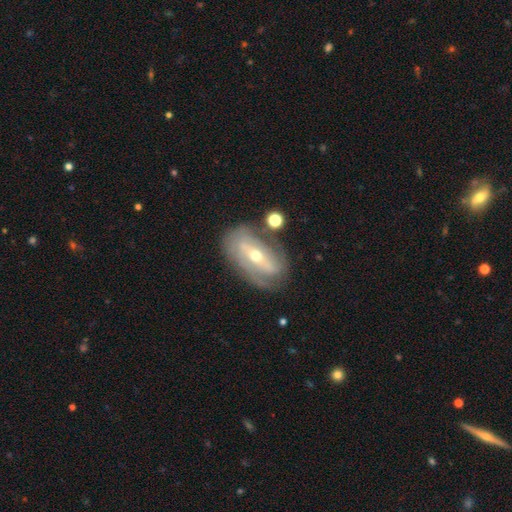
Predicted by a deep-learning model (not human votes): featured or disk 77%, smooth 16%, star or artifact 7%. Down the decision tree: edge-on disk — no (90%); bar — strong (44%); spiral arms — yes (76%); spiral arm count — 2 (55%); spiral winding — tight (49%); bulge size — moderate (49%); merging — none (67%).